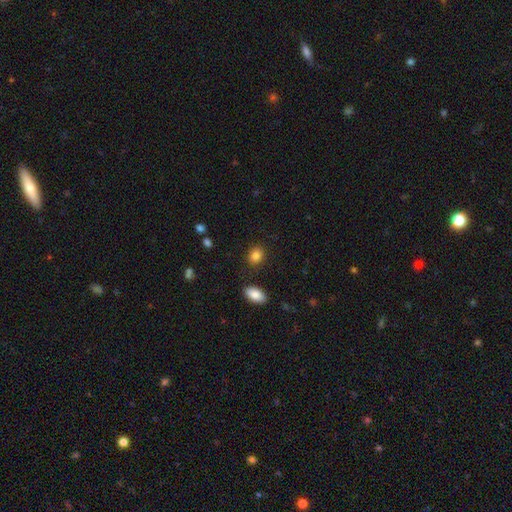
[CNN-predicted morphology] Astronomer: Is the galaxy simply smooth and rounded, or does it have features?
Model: smooth — 86%.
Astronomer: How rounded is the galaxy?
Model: round — 52% (runner-up: in between, 46%).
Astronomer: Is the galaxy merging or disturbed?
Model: none — 86%.